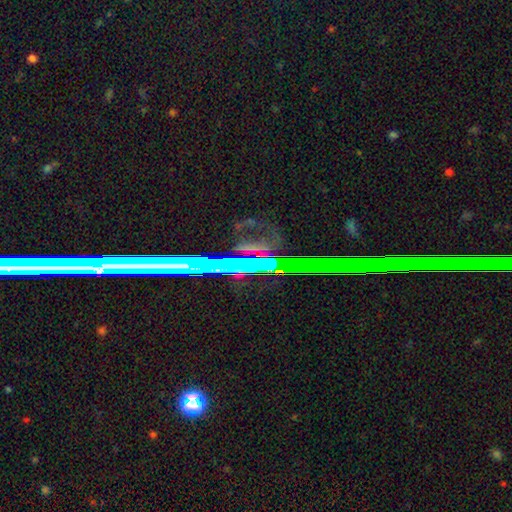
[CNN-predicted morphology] star or artifact 53%, featured or disk 33%, smooth 14%.